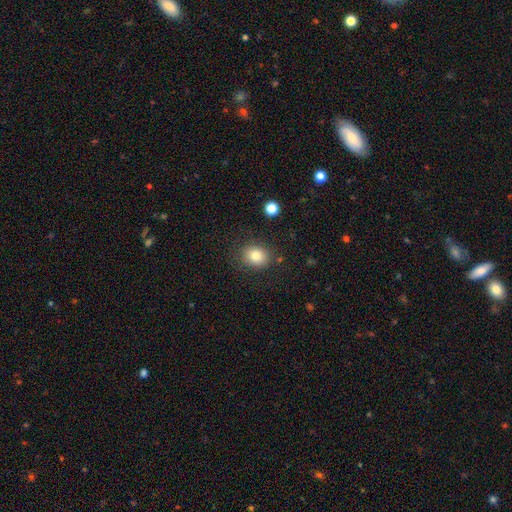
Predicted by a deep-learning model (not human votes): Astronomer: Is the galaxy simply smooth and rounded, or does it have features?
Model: smooth — 82%.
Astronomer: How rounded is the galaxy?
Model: round — 62% (runner-up: in between, 37%).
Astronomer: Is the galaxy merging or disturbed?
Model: none — 83%.